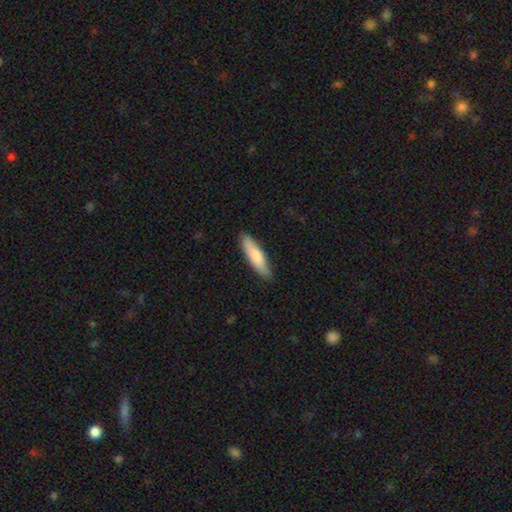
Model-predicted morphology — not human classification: A smooth galaxy with no disk features (79%) that is cigar-shaped (71%). Merging: none (86%).